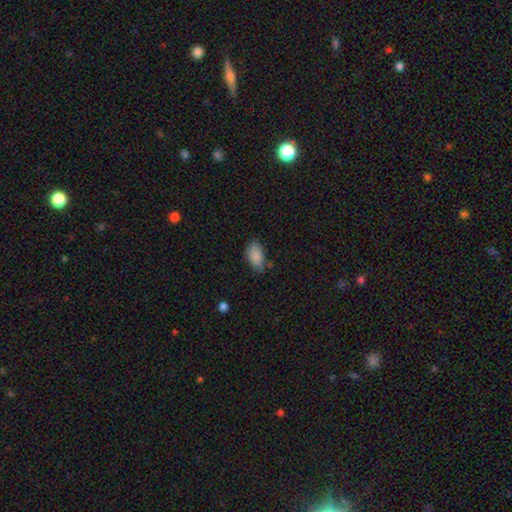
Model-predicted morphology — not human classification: Overall: smooth (87%). How rounded: in between (93%). Merging: none (70%).